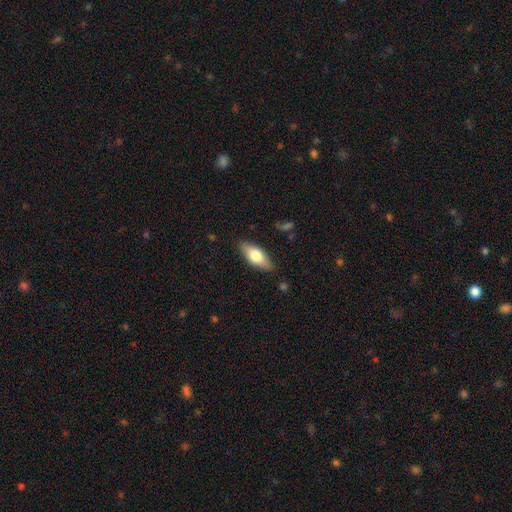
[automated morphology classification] Smooth or featured: smooth — 67% (featured or disk — 26%)
How rounded: in between — 81% (cigar-shaped — 17%)
Merging: none — 85% (minor disturbance — 12%)